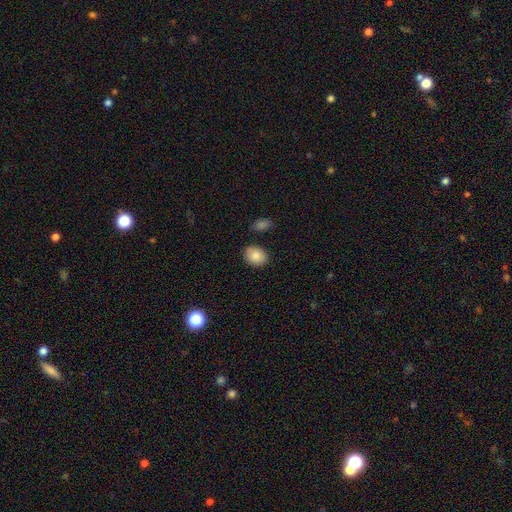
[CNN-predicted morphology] Overall: smooth (84%). How rounded: in between (55%; round 44%). Merging: none (85%).